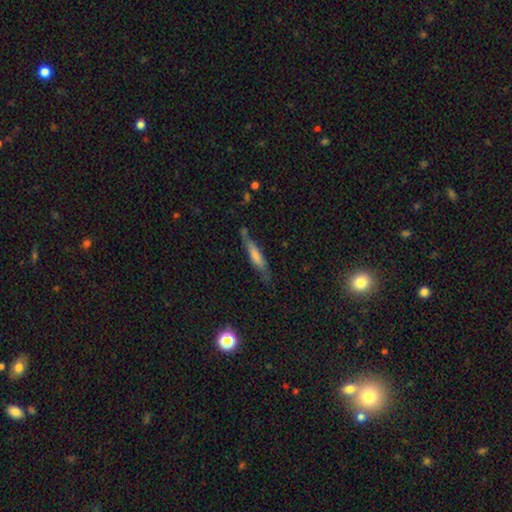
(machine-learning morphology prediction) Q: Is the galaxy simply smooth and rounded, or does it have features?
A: smooth — 61%.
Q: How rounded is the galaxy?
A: cigar-shaped — 84%.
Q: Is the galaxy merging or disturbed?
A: none — 61%.